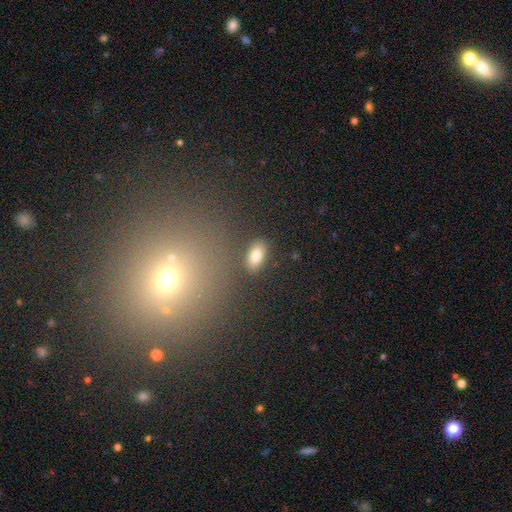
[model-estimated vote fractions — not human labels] smooth_or_featured: smooth (p=0.81) [alt: star or artifact p=0.10]
how_rounded: in between (p=0.90) [alt: round p=0.06]
merging: none (p=0.84) [alt: minor disturbance p=0.09]